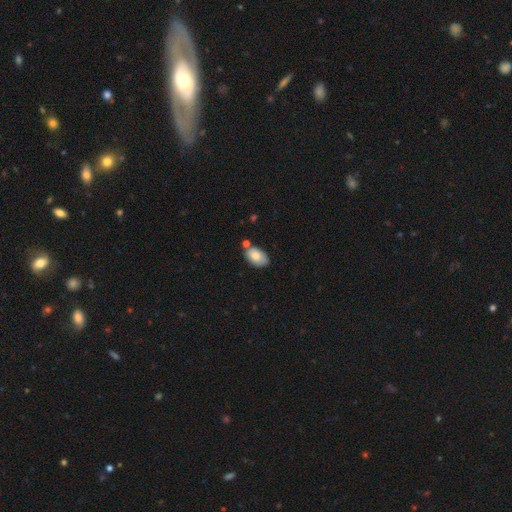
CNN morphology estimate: Smooth or featured?
  - smooth: 79% *
  - featured or disk: 14%
  - star or artifact: 7%
How rounded?
  - in between: 92% *
  - round: 7%
  - cigar-shaped: 1%
Merging?
  - none: 66% *
  - minor disturbance: 18%
  - merger: 13%
  - major disturbance: 4%